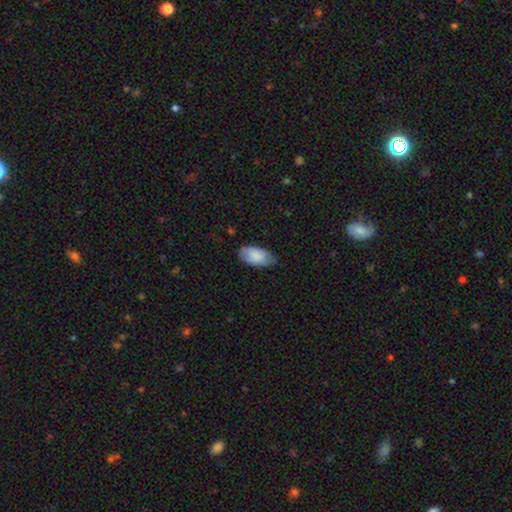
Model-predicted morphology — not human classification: smooth 83%, featured or disk 11%, star or artifact 6%. Down the decision tree: how rounded — in between (95%); merging — none (68%).